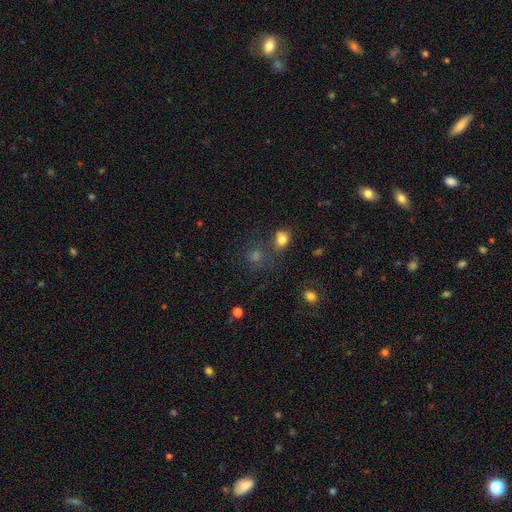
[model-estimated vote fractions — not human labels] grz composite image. It shows a smooth galaxy with no disk features (57%) that is round (82%). Merging: none (65%).